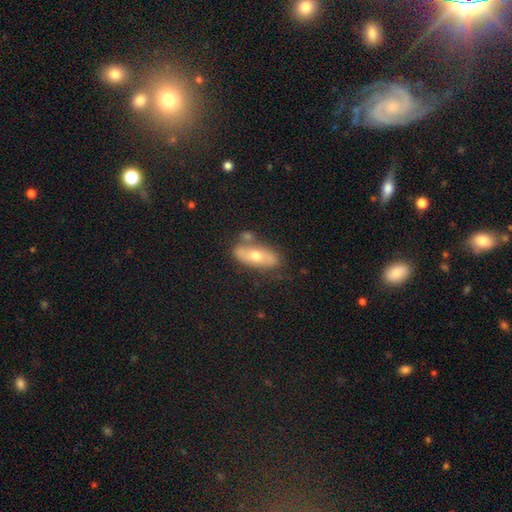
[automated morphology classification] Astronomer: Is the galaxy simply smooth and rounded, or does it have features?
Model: smooth — 53% (runner-up: featured or disk, 40%).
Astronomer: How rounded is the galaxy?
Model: in between — 75%.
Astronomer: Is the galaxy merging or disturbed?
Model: none — 66%.